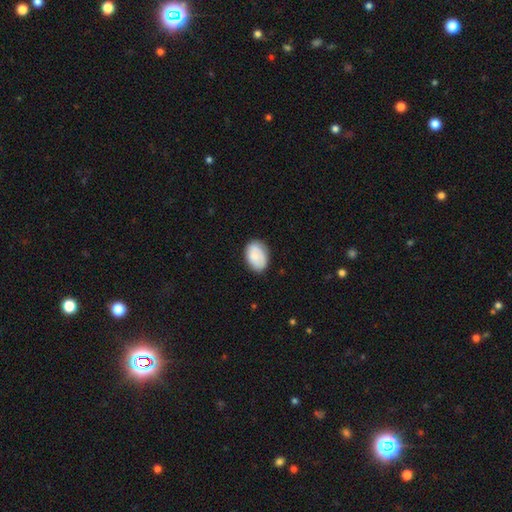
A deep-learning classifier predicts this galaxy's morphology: Smooth or featured? Predicted: smooth (p=0.77). How rounded? Predicted: in between (p=0.85). Merging? Predicted: none (p=0.78).